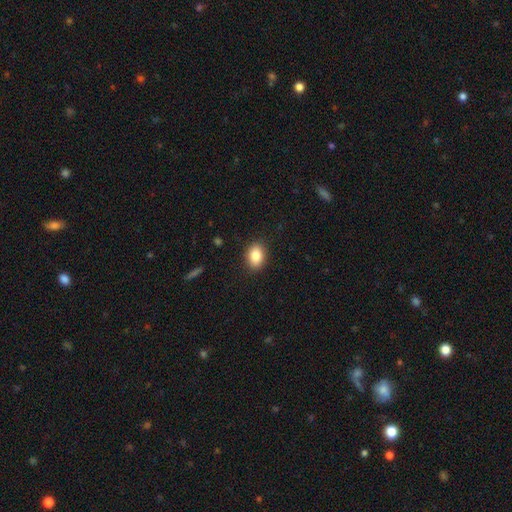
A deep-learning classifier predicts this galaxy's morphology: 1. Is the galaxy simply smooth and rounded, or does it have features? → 86% smooth, 8% star or artifact, 6% featured or disk.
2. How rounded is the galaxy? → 77% in between, 22% round, 1% cigar-shaped.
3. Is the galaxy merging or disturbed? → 88% none, 8% minor disturbance, 2% major disturbance, 1% merger.